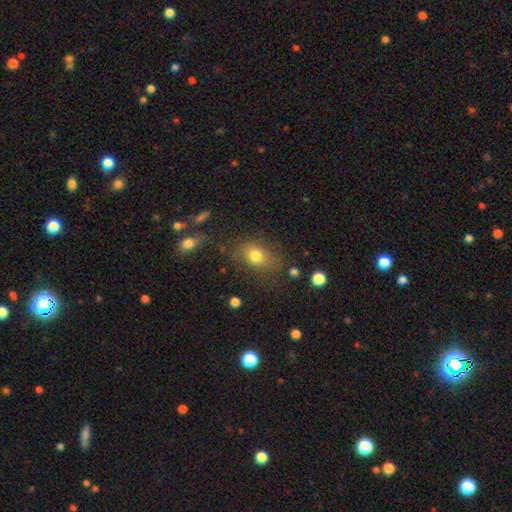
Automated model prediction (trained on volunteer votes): Overall: smooth (75%). How rounded: in between (60%; round 38%). Merging: none (65%).